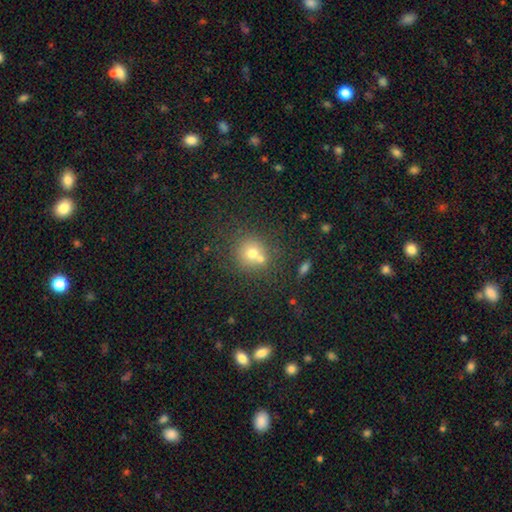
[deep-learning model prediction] smooth_or_featured: smooth (p=0.64) [alt: star or artifact p=0.24]
how_rounded: round (p=0.87) [alt: in between p=0.12]
merging: none (p=0.59) [alt: merger p=0.29]